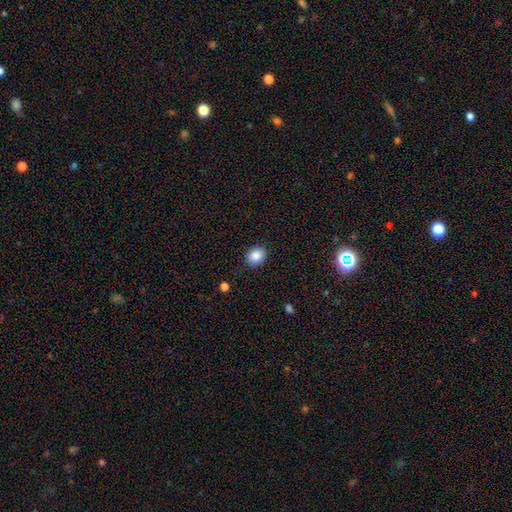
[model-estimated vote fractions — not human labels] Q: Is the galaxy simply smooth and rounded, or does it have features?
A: smooth — 87%.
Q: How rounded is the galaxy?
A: in between — 59%.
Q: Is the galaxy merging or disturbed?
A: none — 85%.